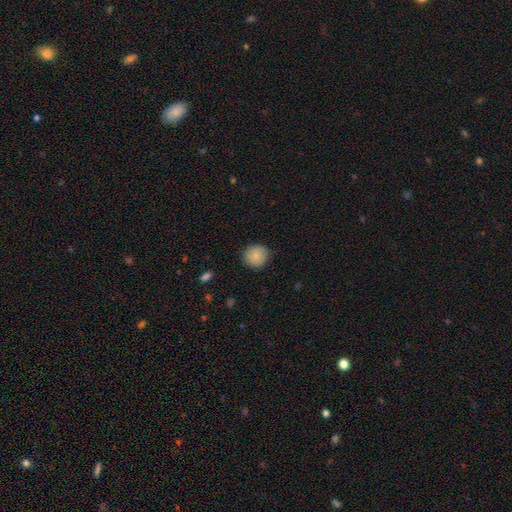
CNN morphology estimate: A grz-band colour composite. It shows a smooth galaxy with no disk features (85%) that is round (89%). Merging: none (83%).